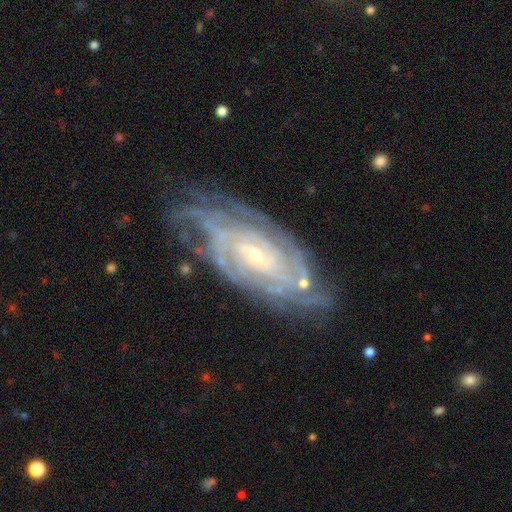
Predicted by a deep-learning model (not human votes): Smooth or featured: featured or disk — 89% (star or artifact — 6%)
Edge-on disk: no — 94% (yes — 6%)
Bar: no — 51% (weak — 35%)
Spiral arms: yes — 97% (no — 3%)
Spiral winding: tight — 76% (medium — 21%)
Spiral arm count: can't tell — 33% (4 — 21%)
Bulge size: small — 71% (moderate — 25%)
Merging: none — 69% (minor disturbance — 21%)